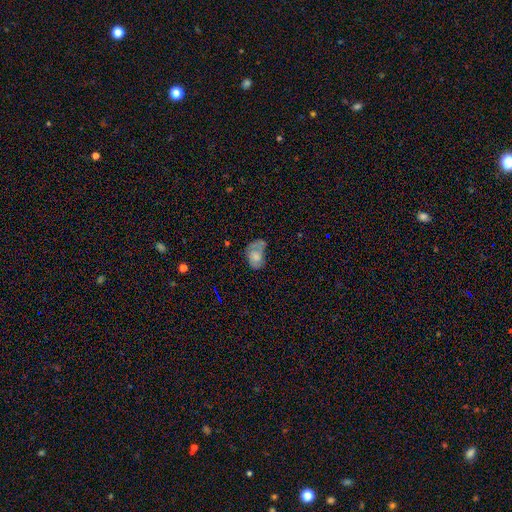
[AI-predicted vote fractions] This is possibly a featured or disk galaxy (46%). Merging: marginally none (36%).